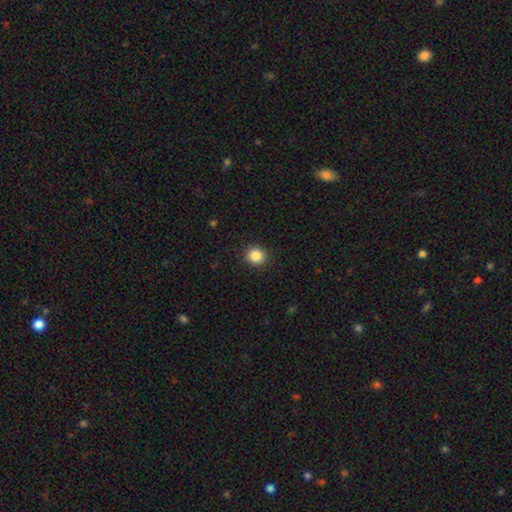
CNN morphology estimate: The model was most divided on "smooth or featured": smooth: 86%, star or artifact: 10%, featured or disk: 4%. More confident: merging — none (91%); how rounded — round (89%).